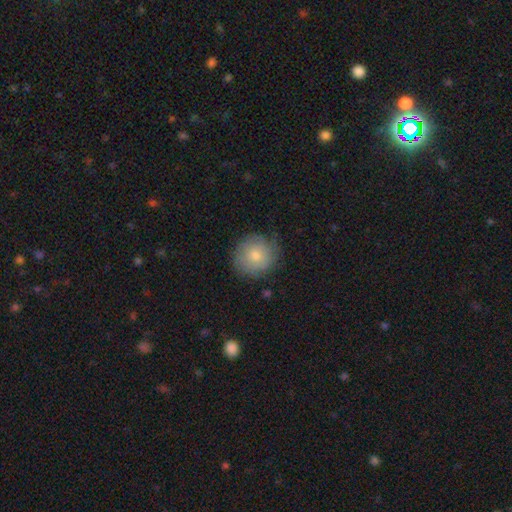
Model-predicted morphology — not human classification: smooth_or_featured: smooth (p=0.73) [alt: featured or disk p=0.19]
how_rounded: round (p=0.91) [alt: in between p=0.08]
merging: none (p=0.77) [alt: minor disturbance p=0.17]